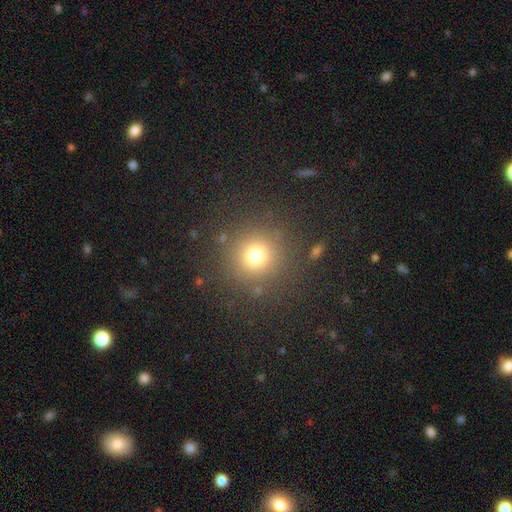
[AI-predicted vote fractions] This appears to be a smooth galaxy with no disk features (74%) that is round (93%). Merging: none (85%).